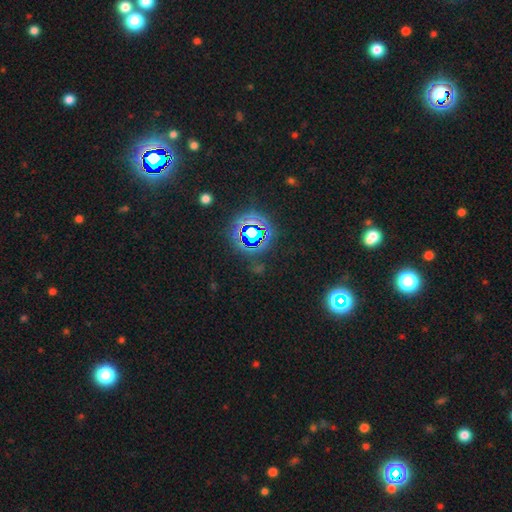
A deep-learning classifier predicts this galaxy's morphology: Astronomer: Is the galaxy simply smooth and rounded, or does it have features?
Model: star or artifact — 79%.